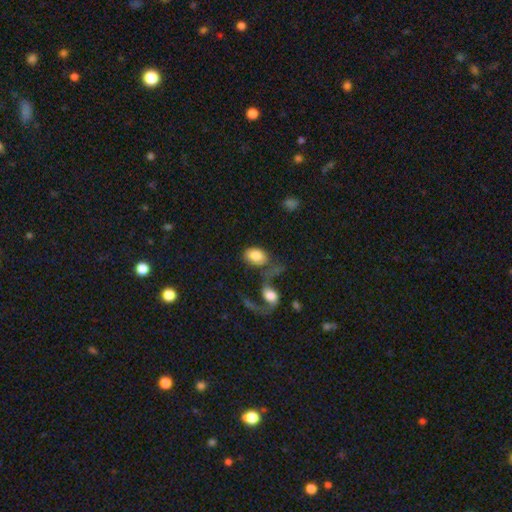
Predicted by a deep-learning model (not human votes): A smooth galaxy with no disk features (73%) that is in between round and cigar-shaped (83%). Merging: merger (38%).